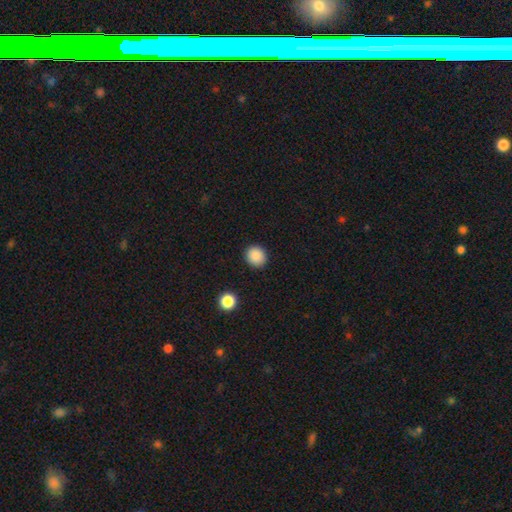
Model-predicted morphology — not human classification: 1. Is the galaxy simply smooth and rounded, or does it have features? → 88% smooth, 9% star or artifact, 3% featured or disk.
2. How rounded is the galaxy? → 81% round, 18% in between, 1% cigar-shaped.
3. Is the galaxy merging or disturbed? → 90% none, 6% minor disturbance, 2% major disturbance, 1% merger.